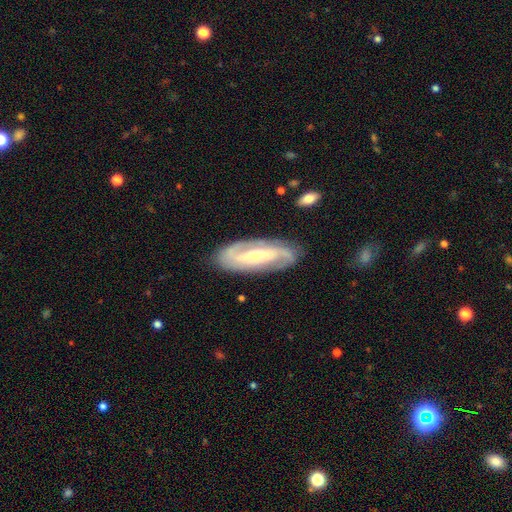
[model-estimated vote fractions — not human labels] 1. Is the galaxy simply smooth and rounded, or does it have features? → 84% featured or disk, 11% smooth, 5% star or artifact.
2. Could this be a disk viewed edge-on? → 91% no, 9% yes.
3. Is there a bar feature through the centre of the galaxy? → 38% strong, 35% weak, 27% no.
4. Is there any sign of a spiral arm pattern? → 95% yes, 5% no.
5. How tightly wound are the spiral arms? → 42% medium, 41% tight, 17% loose.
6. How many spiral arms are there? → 81% 2, 9% can't tell, 5% 3, 2% 1, 2% 4, 1% more than 4.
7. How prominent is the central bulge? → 56% small, 36% moderate, 4% large, 3% none, 1% dominant.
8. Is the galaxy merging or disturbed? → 83% none, 12% minor disturbance, 4% major disturbance, 1% merger.